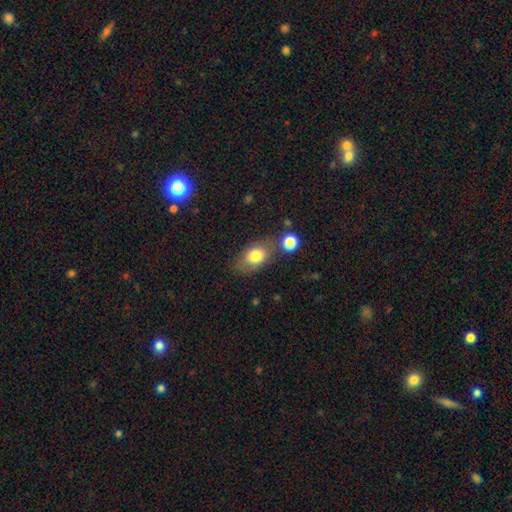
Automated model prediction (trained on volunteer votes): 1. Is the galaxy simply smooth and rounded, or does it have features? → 78% smooth, 14% featured or disk, 8% star or artifact.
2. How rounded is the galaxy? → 82% in between, 15% round, 2% cigar-shaped.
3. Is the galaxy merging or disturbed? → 62% none, 19% minor disturbance, 13% merger, 7% major disturbance.